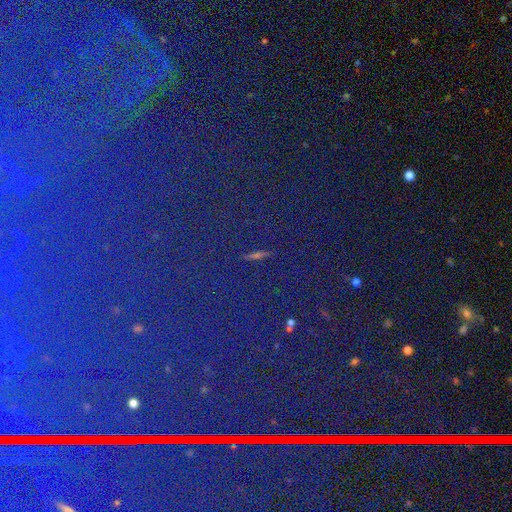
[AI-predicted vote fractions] Smooth or featured? Predicted: star or artifact (p=0.82).